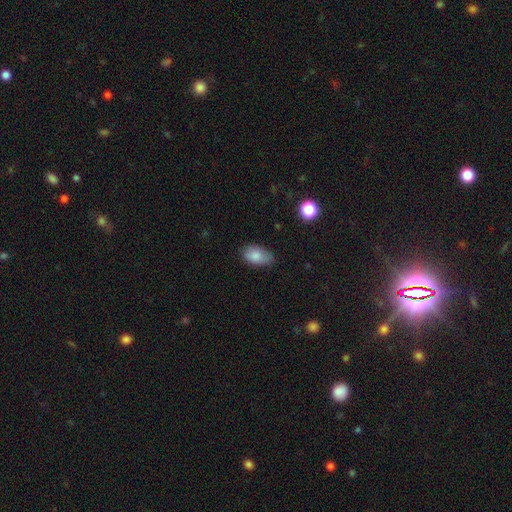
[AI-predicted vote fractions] The model was most divided on "merging": none: 67%, minor disturbance: 27%, major disturbance: 5%, merger: 1%. More confident: how rounded — in between (92%); smooth or featured — smooth (84%).